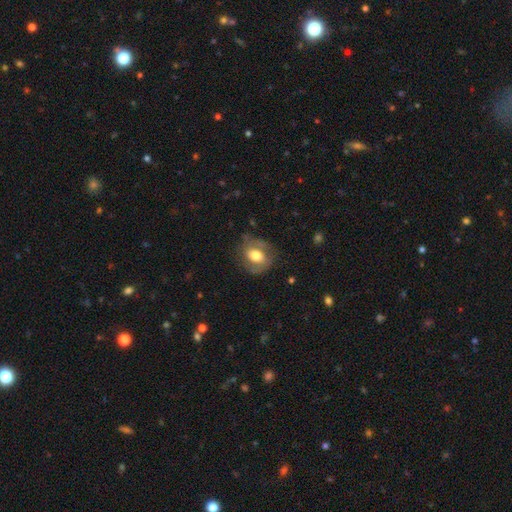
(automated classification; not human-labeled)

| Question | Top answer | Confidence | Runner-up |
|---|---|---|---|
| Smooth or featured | smooth | 54% | featured or disk (38%) |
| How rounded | in between | 52% | round (47%) |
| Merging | none | 68% | minor disturbance (20%) |